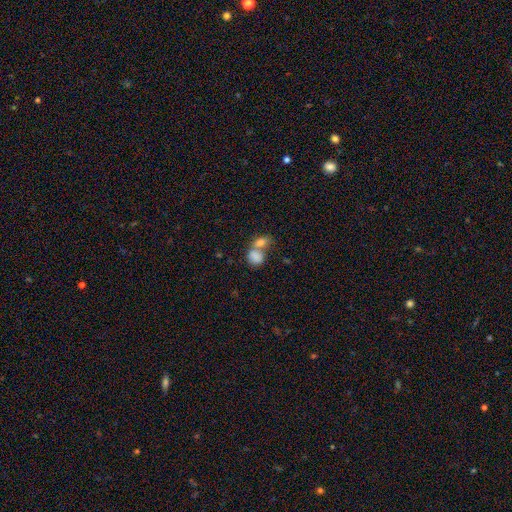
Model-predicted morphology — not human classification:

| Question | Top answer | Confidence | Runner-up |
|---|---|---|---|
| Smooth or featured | smooth | 82% | featured or disk (10%) |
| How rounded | in between | 61% | round (37%) |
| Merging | merger | 65% | none (23%) |